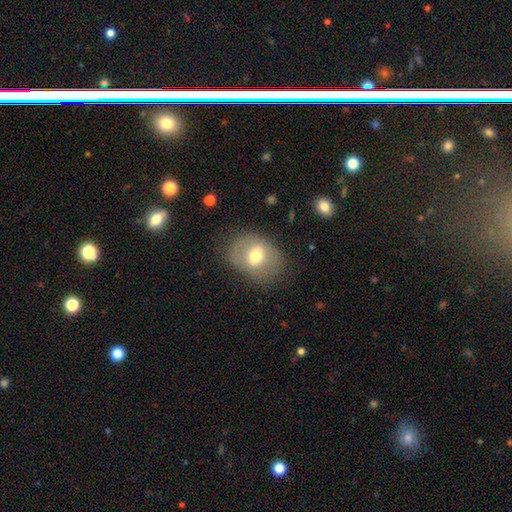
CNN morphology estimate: type=smooth (55%); roundness=in between (64%); merging=none (74%).